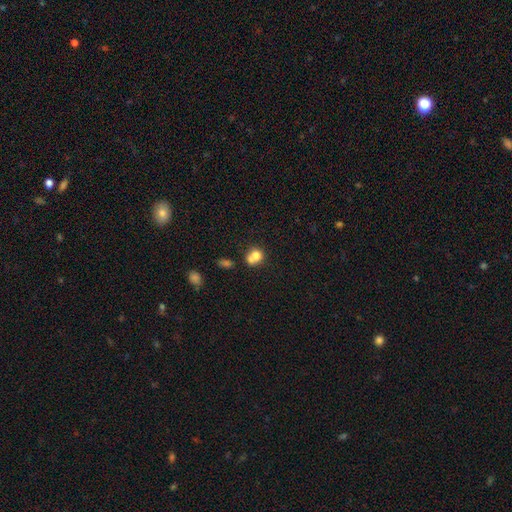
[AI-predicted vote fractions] Morphology: type=smooth (73%); roundness=round (72%); merging=merger (54%).